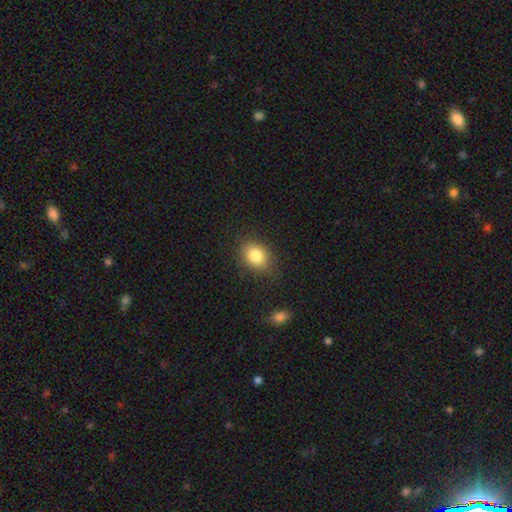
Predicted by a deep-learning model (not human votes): The model was most divided on "how rounded": in between: 58%, round: 41%, cigar-shaped: 1%. More confident: smooth or featured — smooth (82%); merging — none (82%).